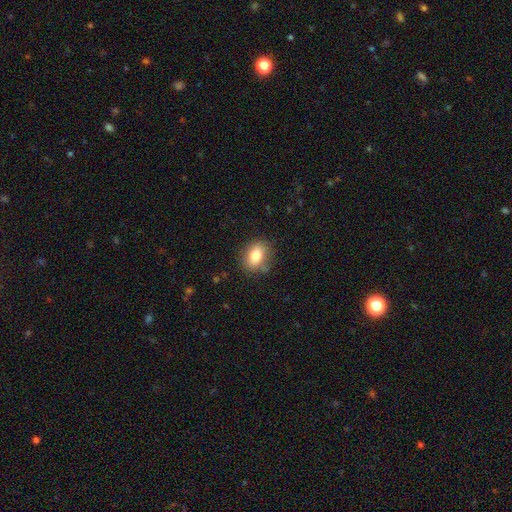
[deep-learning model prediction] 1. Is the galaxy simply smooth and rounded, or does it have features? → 81% smooth, 10% featured or disk, 9% star or artifact.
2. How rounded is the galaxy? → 66% in between, 32% round, 2% cigar-shaped.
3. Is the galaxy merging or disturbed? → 82% none, 13% minor disturbance, 3% major disturbance, 2% merger.